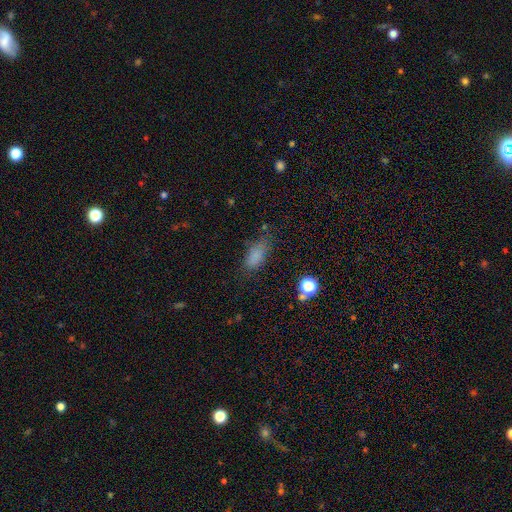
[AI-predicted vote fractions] The model was most divided on "merging": none: 64%, minor disturbance: 23%, major disturbance: 10%, merger: 3%. More confident: how rounded — in between (80%); smooth or featured — smooth (77%).